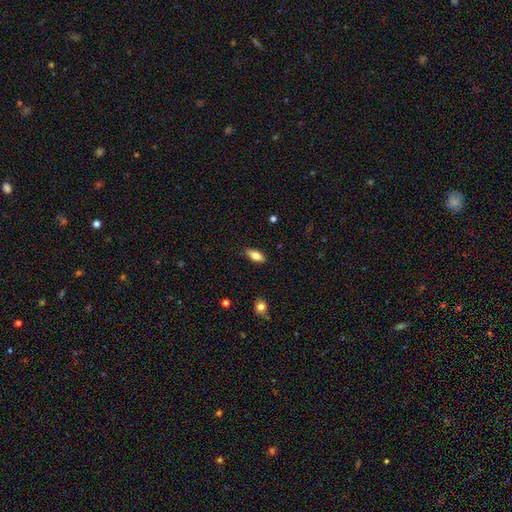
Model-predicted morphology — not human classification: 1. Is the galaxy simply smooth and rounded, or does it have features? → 73% smooth, 20% featured or disk, 7% star or artifact.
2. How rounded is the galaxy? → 81% in between, 16% cigar-shaped, 3% round.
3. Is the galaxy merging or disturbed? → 86% none, 11% minor disturbance, 2% major disturbance, 1% merger.